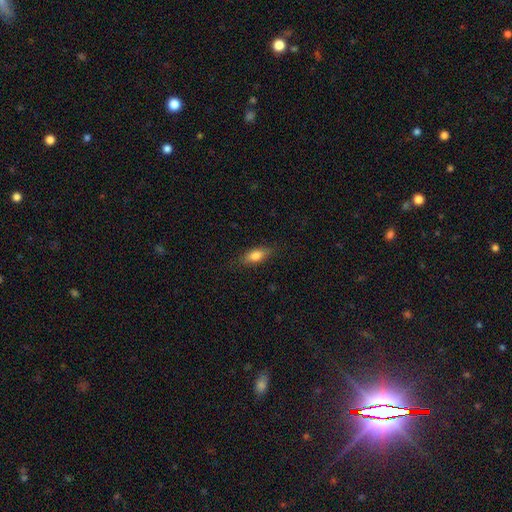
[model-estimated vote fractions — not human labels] Q: Smooth or featured?
A: smooth (77%); runner-up: featured or disk (15%)
Q: How rounded?
A: in between (75%); runner-up: cigar-shaped (22%)
Q: Merging?
A: none (83%); runner-up: minor disturbance (13%)